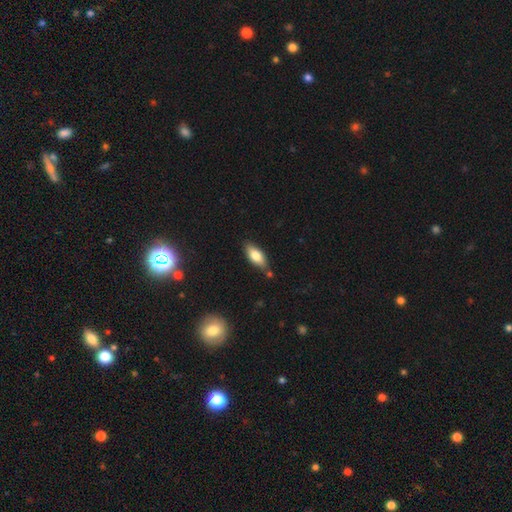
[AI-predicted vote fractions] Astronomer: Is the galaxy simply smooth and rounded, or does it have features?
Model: smooth — 77%.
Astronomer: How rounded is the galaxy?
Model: in between — 81%.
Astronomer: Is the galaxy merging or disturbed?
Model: none — 77%.